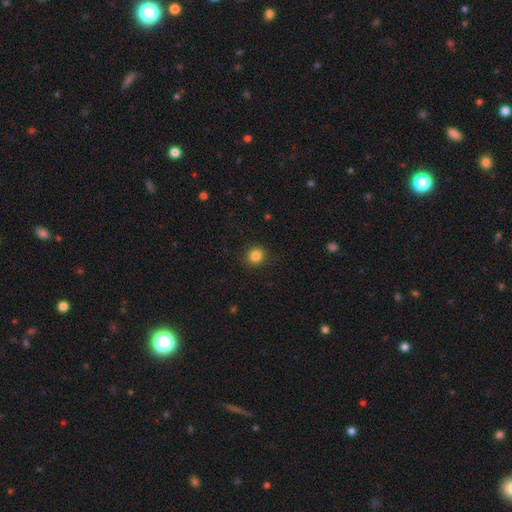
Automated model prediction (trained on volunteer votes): Morphology: type=smooth (85%); roundness=round (89%); merging=none (90%).